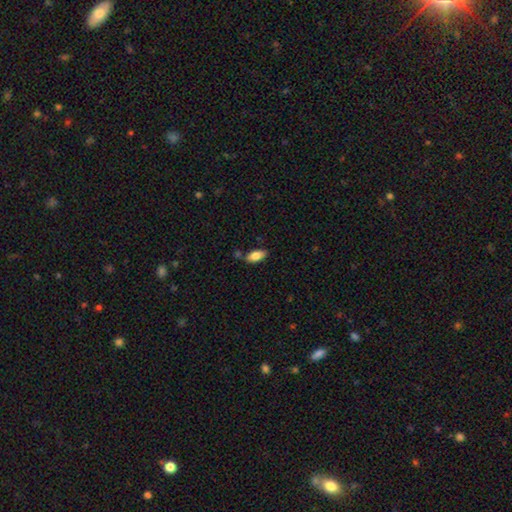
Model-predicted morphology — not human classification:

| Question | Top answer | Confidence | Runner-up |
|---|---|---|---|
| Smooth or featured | smooth | 80% | featured or disk (13%) |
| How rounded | in between | 87% | cigar-shaped (10%) |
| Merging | none | 76% | minor disturbance (15%) |